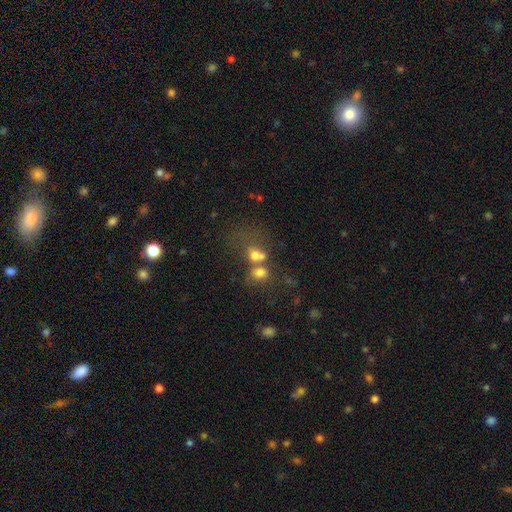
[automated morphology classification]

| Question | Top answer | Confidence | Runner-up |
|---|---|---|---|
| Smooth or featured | smooth | 65% | featured or disk (20%) |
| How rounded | in between | 51% | round (47%) |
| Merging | merger | 61% | none (22%) |